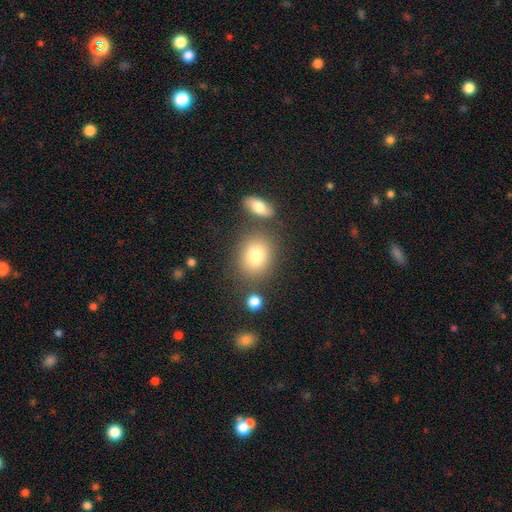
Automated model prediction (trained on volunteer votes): Smooth or featured? smooth (79%)
How rounded? round (57%)
Merging? none (75%)